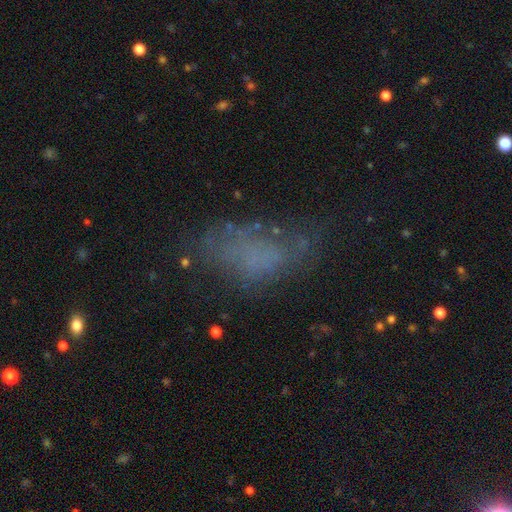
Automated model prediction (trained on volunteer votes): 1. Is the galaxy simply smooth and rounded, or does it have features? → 50% smooth, 29% featured or disk, 21% star or artifact.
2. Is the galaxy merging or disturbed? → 44% none, 26% major disturbance, 26% minor disturbance, 3% merger.